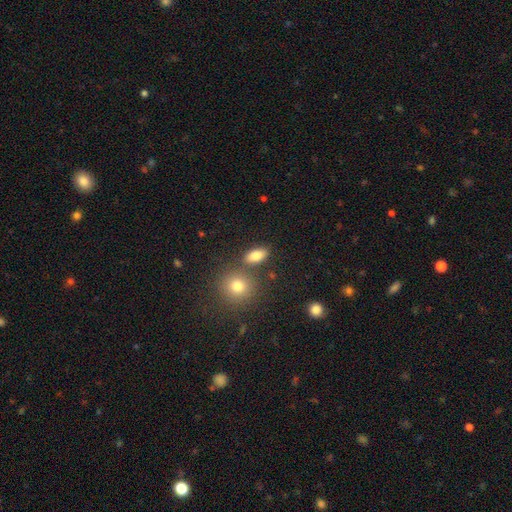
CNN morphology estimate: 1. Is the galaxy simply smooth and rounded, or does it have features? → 83% smooth, 10% star or artifact, 7% featured or disk.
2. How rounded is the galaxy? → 82% in between, 11% round, 7% cigar-shaped.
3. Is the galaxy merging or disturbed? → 77% none, 11% minor disturbance, 9% merger, 4% major disturbance.